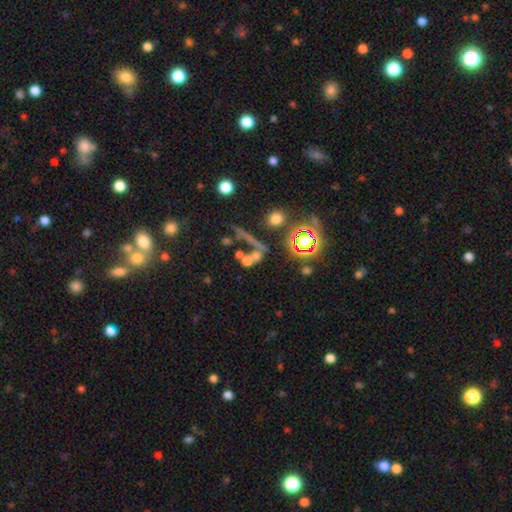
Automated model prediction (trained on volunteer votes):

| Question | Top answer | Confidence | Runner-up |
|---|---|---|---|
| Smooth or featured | smooth | 47% | star or artifact (33%) |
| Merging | none | 49% | merger (32%) |